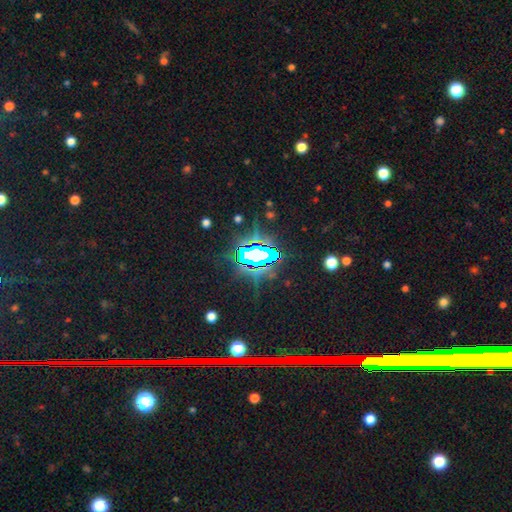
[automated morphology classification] The model was most divided on "smooth or featured": star or artifact: 72%, featured or disk: 14%, smooth: 14%.